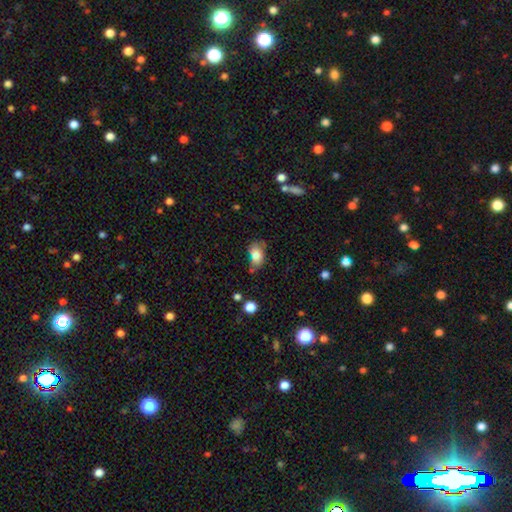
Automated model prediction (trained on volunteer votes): Smooth or featured: smooth — 80% (featured or disk — 12%)
How rounded: in between — 87% (round — 11%)
Merging: none — 50% (minor disturbance — 31%)